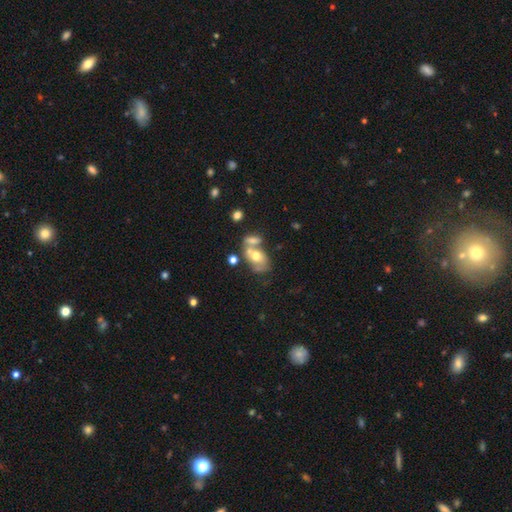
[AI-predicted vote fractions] A smooth galaxy with no disk features (49%). Merging: merger (50%).